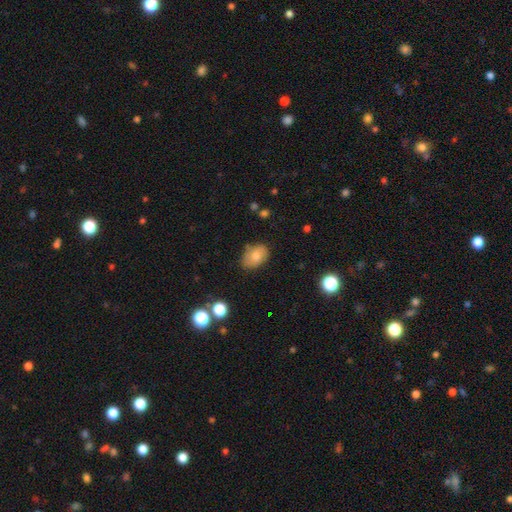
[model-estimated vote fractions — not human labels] This is likely a smooth galaxy (75%). How rounded: clearly in between (81%). Merging: likely none (72%).